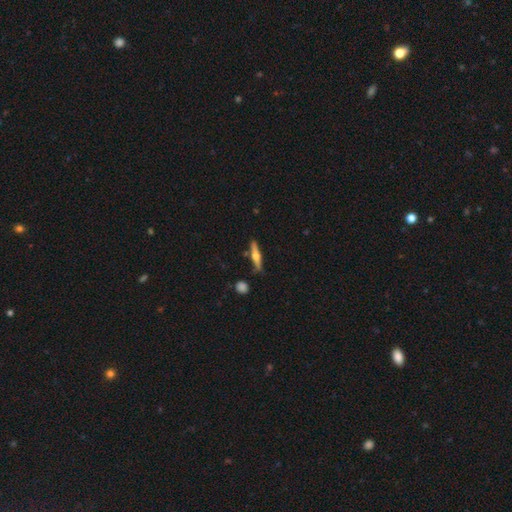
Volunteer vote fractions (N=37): Smooth or featured: featured or disk — 76% (smooth — 24%)
Edge-on disk: yes — 93% (no — 7%)
Edge-on bulge: rounded — 96% (boxy — 4%)
Merging: none — 81% (minor disturbance — 14%)